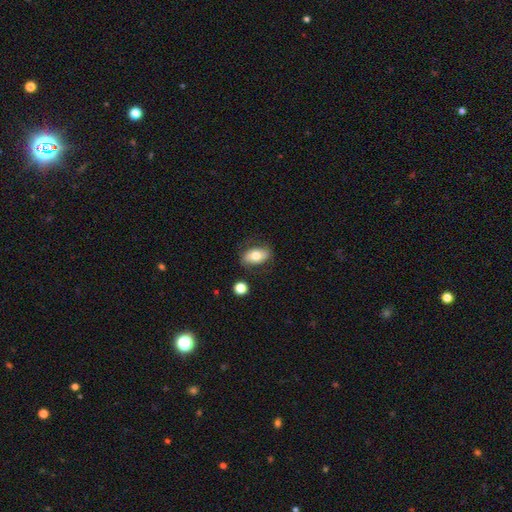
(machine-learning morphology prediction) Smooth or featured?
  - smooth: 68% *
  - featured or disk: 25%
  - star or artifact: 8%
How rounded?
  - in between: 89% *
  - round: 9%
  - cigar-shaped: 2%
Merging?
  - none: 75% *
  - minor disturbance: 16%
  - major disturbance: 6%
  - merger: 3%